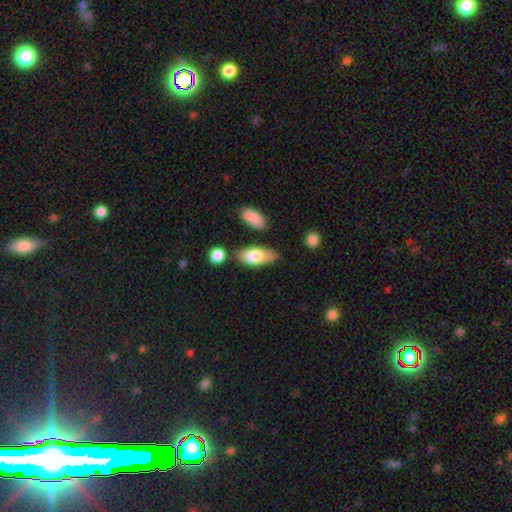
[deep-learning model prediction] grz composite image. It shows a smooth galaxy with no disk features (76%) that is in between round and cigar-shaped (83%). Merging: none (66%).